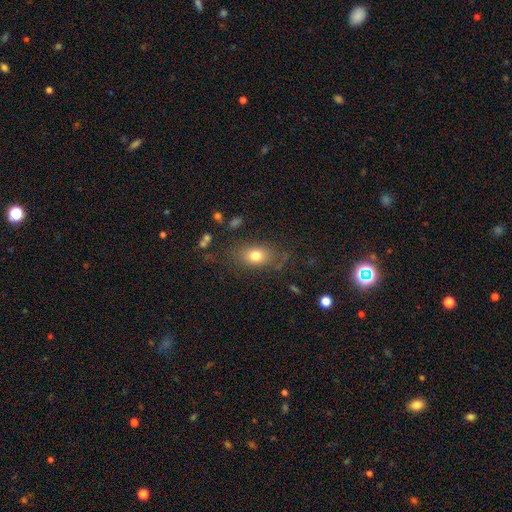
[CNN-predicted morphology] Smooth or featured: smooth — 76% (featured or disk — 13%)
How rounded: in between — 77% (round — 21%)
Merging: none — 73% (minor disturbance — 17%)